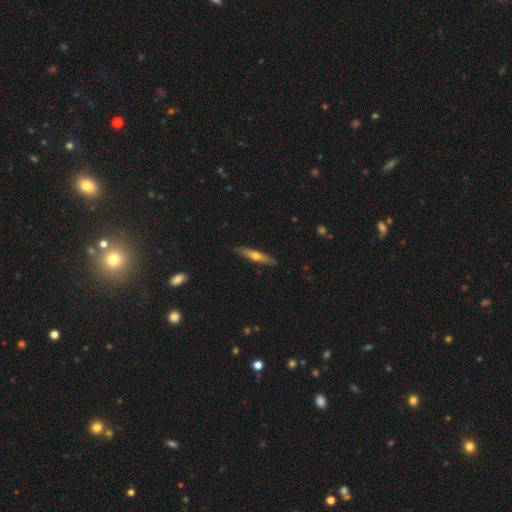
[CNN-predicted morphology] Smooth or featured? Predicted: featured or disk (p=0.51). Edge-on disk? Predicted: yes (p=0.92). Merging? Predicted: none (p=0.89).